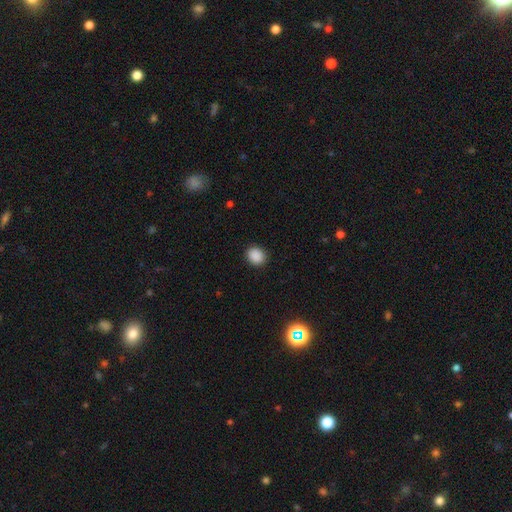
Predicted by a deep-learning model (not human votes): smooth-or-featured: smooth: 89% | star or artifact: 9% | featured or disk: 2%
  how-rounded: round: 67% | in between: 32% | cigar-shaped: 1%
  merging: none: 90% | minor disturbance: 7% | major disturbance: 2% | merger: 1%